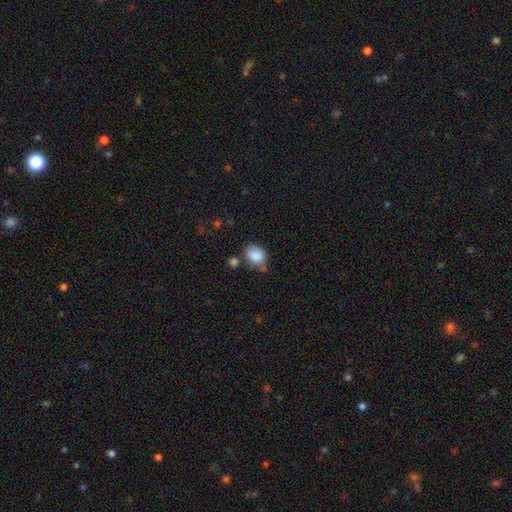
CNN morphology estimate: Smooth or featured? smooth (86%)
How rounded? in between (60%)
Merging? none (57%)